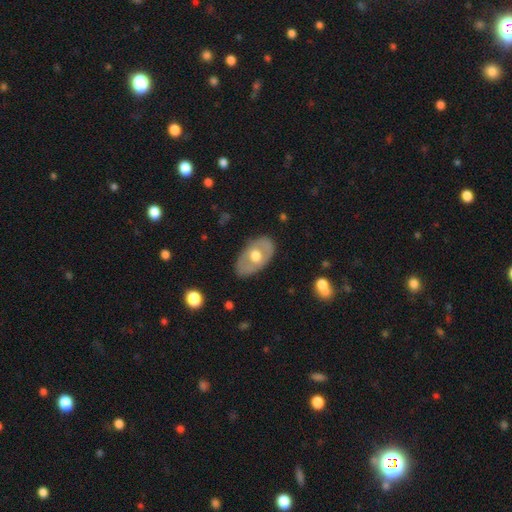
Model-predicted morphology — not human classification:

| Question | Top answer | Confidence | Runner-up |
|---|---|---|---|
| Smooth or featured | featured or disk | 49% | smooth (46%) |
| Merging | none | 79% | minor disturbance (15%) |